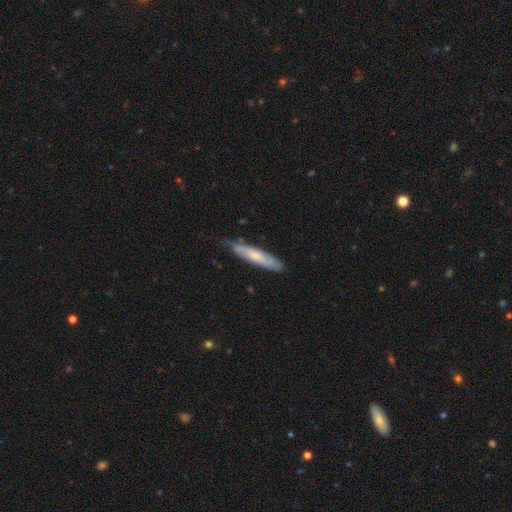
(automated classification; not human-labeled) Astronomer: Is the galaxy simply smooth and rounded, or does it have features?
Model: smooth — 57% (runner-up: featured or disk, 38%).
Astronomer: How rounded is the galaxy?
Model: cigar-shaped — 85%.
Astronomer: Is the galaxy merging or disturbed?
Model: none — 71%.